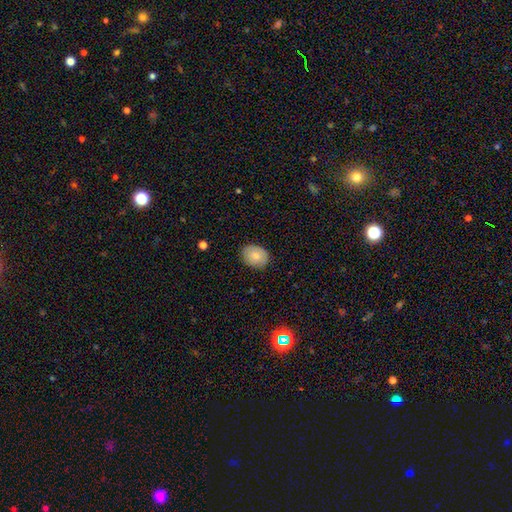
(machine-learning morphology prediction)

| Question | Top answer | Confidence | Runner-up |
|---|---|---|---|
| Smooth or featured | smooth | 81% | featured or disk (12%) |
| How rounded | in between | 58% | round (41%) |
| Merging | none | 84% | minor disturbance (13%) |